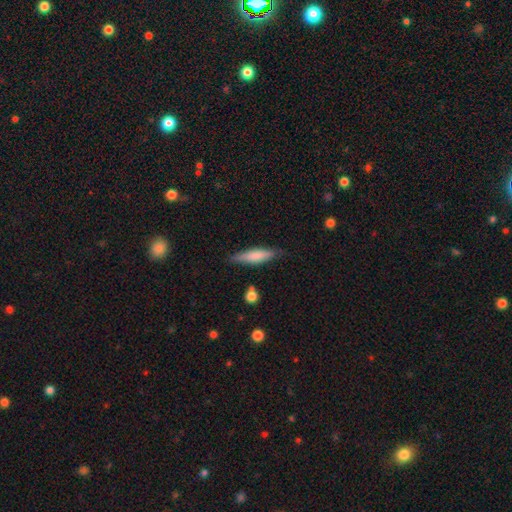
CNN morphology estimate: A smooth galaxy with no disk features (69%) that is cigar-shaped (74%). Merging: none (79%).